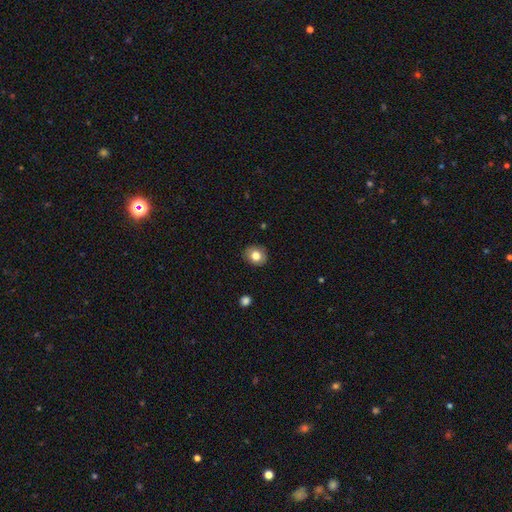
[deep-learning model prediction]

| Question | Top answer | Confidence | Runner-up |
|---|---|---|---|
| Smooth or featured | smooth | 79% | featured or disk (12%) |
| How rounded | round | 70% | in between (29%) |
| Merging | none | 88% | minor disturbance (9%) |